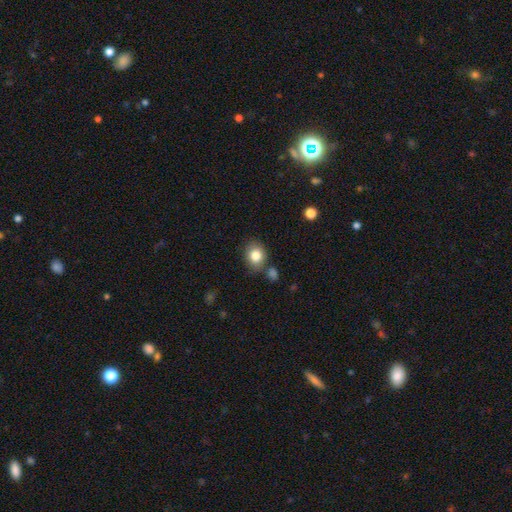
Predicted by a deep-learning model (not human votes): This is clearly a smooth galaxy (82%). How rounded: possibly round (59%). Merging: likely none (73%).